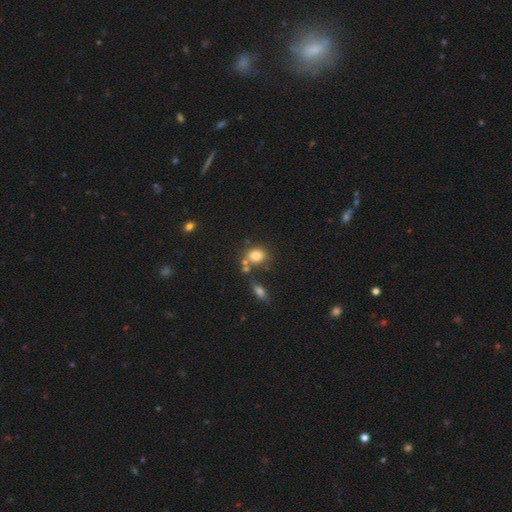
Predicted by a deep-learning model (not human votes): smooth 82%, star or artifact 11%, featured or disk 7%. Down the decision tree: how rounded — round (55%); merging — none (59%).